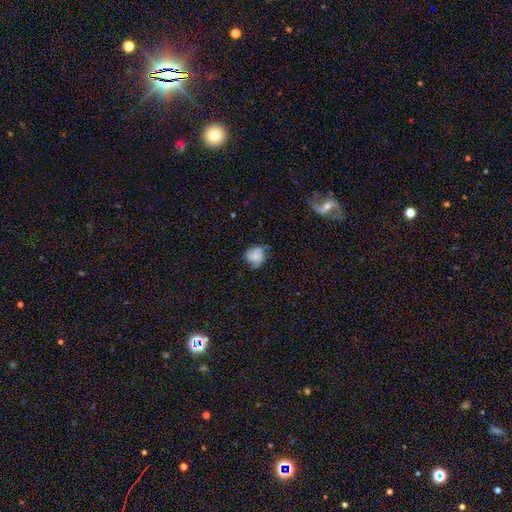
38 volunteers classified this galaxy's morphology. Smooth or featured: smooth — 58% (featured or disk — 34%)
How rounded: round — 50% (tied with in between — 50%)
Merging: none — 46% (minor disturbance — 31%)